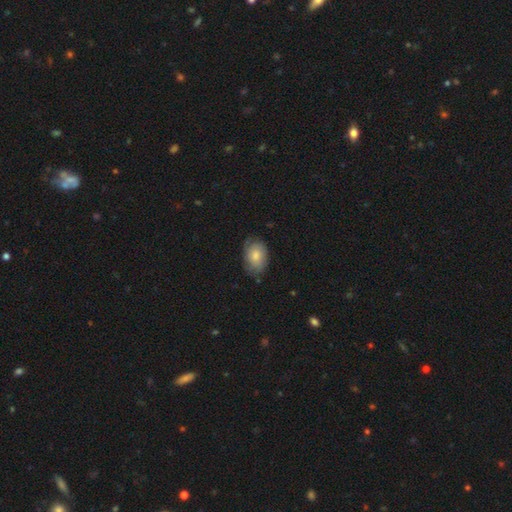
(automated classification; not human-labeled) A smooth galaxy with no disk features (74%) that is in between round and cigar-shaped (85%).

Vote fractions:
- Smooth or featured? smooth: 74% / featured or disk: 20% / star or artifact: 6%
- How rounded? in between: 85% / round: 14% / cigar-shaped: 1%
- Merging? none: 68% / minor disturbance: 25% / major disturbance: 5% / merger: 1%